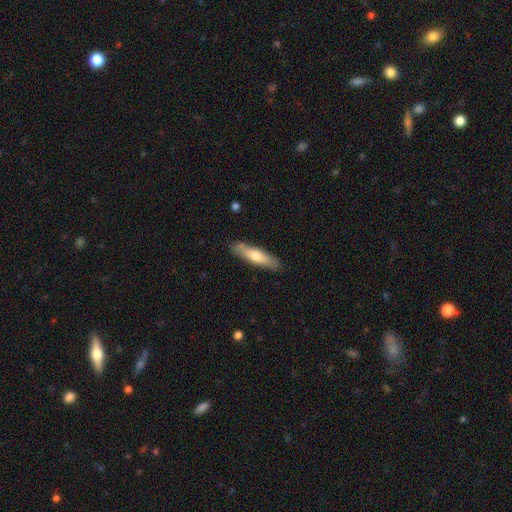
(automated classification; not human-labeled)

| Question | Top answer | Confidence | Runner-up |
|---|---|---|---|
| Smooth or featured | smooth | 62% | featured or disk (33%) |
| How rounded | cigar-shaped | 76% | in between (22%) |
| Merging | none | 84% | minor disturbance (12%) |